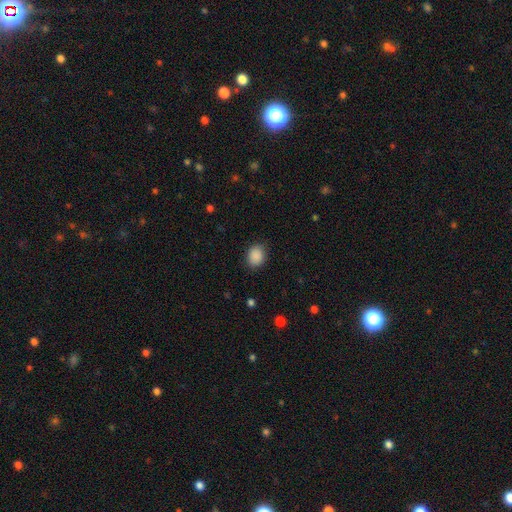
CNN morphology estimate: This is clearly a smooth galaxy (89%). How rounded: possibly in between (50%, tied with round). Merging: clearly none (85%).